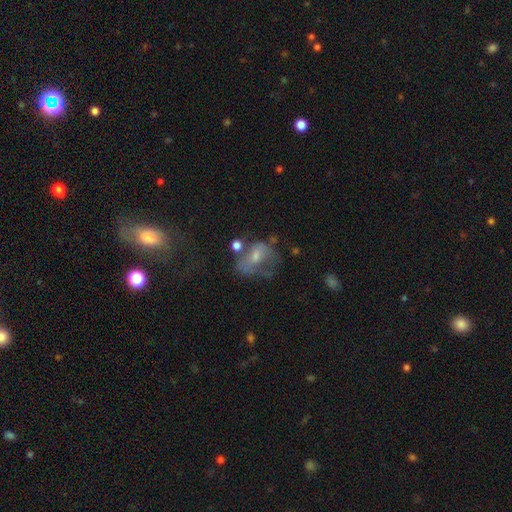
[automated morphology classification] type=featured or disk (46%); merging=major disturbance (35%).